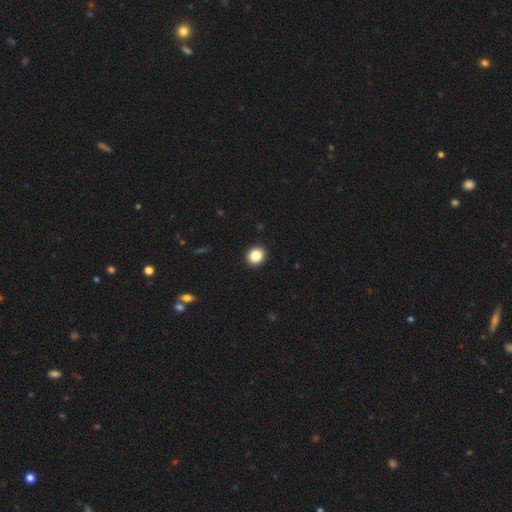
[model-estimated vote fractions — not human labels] A smooth galaxy with no disk features (86%) that is round (73%).

Vote fractions:
- Smooth or featured? smooth: 86% / star or artifact: 10% / featured or disk: 4%
- How rounded? round: 73% / in between: 26% / cigar-shaped: 1%
- Merging? none: 92% / minor disturbance: 5% / major disturbance: 2% / merger: 1%